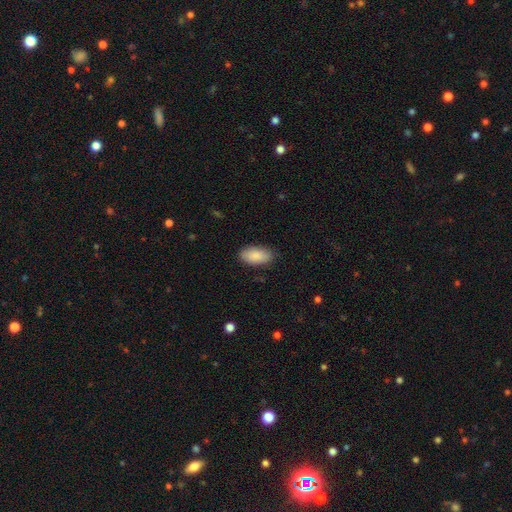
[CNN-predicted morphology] Smooth or featured: smooth — 89% (star or artifact — 6%)
How rounded: in between — 94% (cigar-shaped — 3%)
Merging: none — 85% (minor disturbance — 12%)